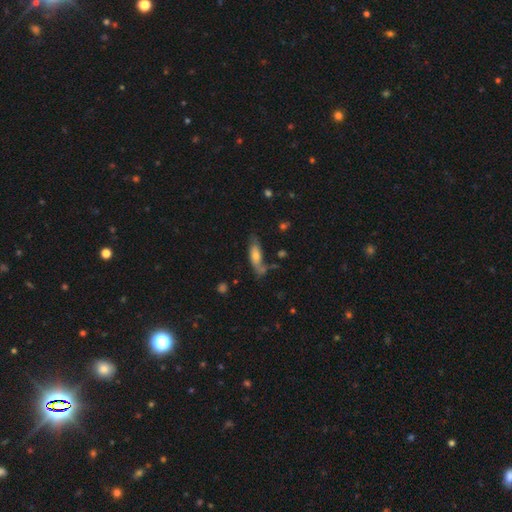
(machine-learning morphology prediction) smooth 58%, featured or disk 35%, star or artifact 8%. Down the decision tree: how rounded — in between (59%); merging — none (53%).